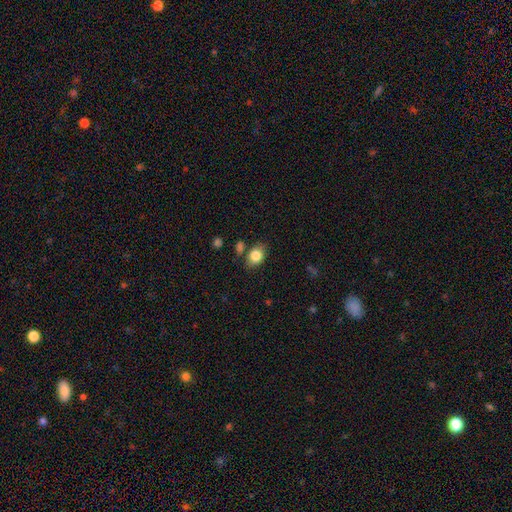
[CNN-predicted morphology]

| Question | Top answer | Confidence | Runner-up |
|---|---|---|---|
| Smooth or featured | smooth | 82% | featured or disk (9%) |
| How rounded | in between | 73% | round (26%) |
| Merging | none | 73% | minor disturbance (16%) |